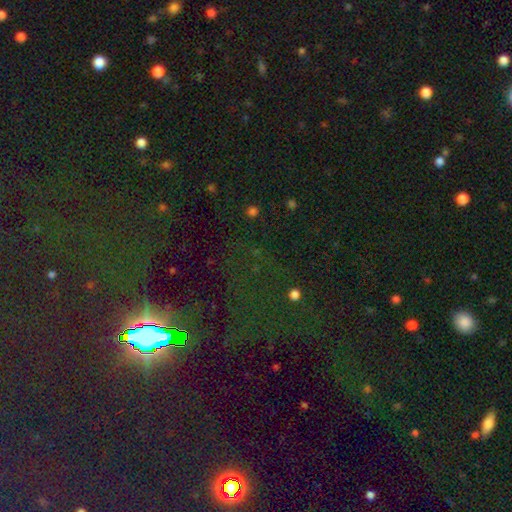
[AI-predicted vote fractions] This appears to be a star or artifact, not a galaxy (79%).